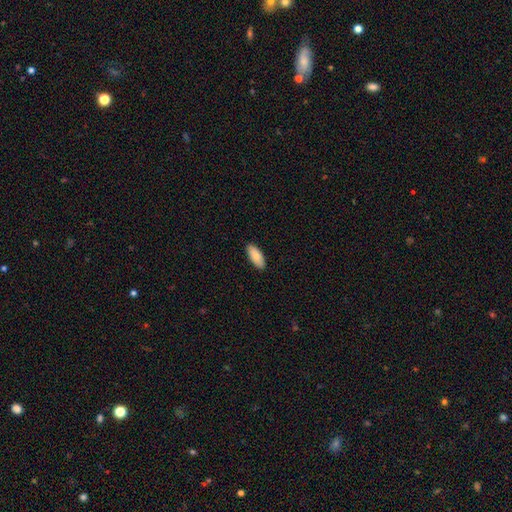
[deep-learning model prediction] This is clearly a smooth galaxy (86%). How rounded: clearly in between (85%). Merging: clearly none (90%).